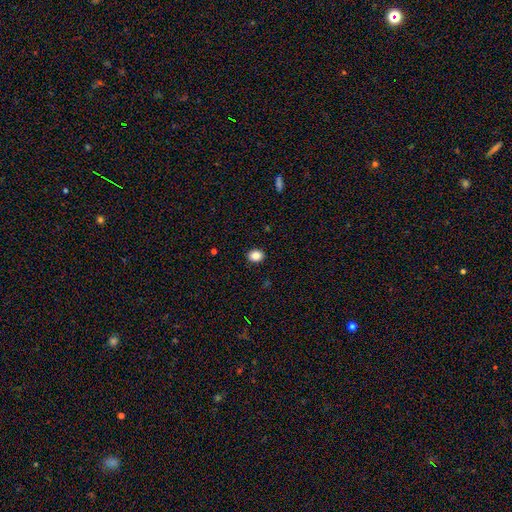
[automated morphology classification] type=smooth (86%); roundness=round (50%); merging=none (91%).